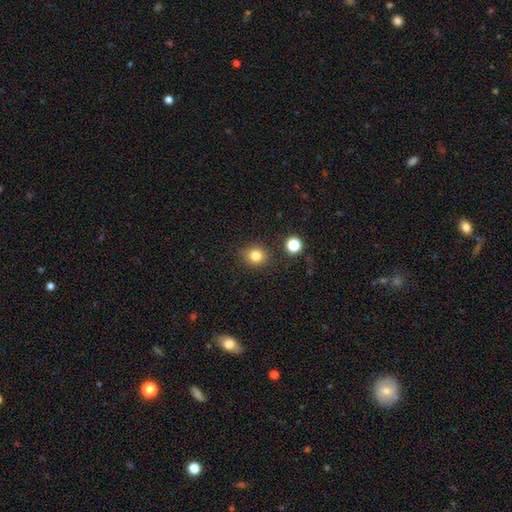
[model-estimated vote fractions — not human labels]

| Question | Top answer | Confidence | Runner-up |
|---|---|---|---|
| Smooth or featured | smooth | 80% | star or artifact (14%) |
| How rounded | round | 85% | in between (14%) |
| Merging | none | 87% | minor disturbance (8%) |